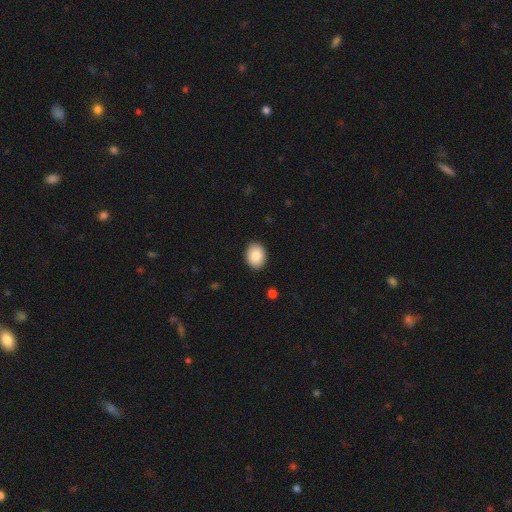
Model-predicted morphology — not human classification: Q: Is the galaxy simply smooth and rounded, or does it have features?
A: smooth — 87%.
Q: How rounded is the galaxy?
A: in between — 67%.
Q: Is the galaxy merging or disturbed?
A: none — 90%.